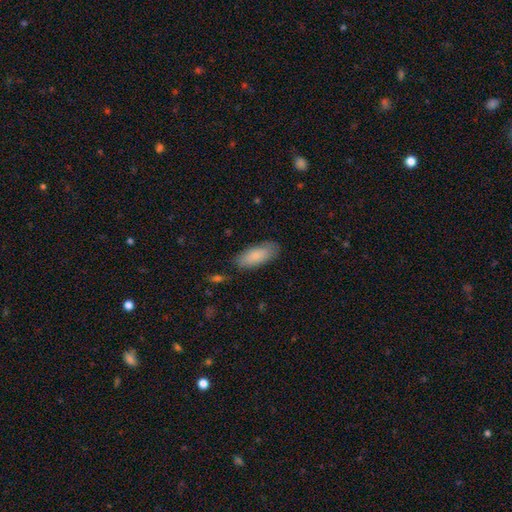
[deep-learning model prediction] Morphology: type=smooth (84%); roundness=in between (83%); merging=none (80%).